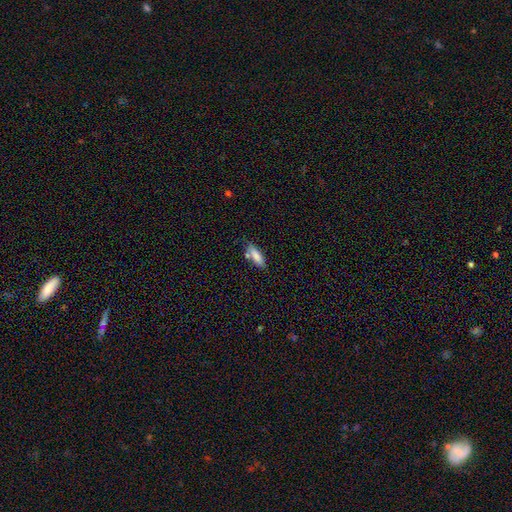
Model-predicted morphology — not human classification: This is clearly a smooth galaxy (82%). How rounded: possibly in between (52%). Merging: likely none (72%).